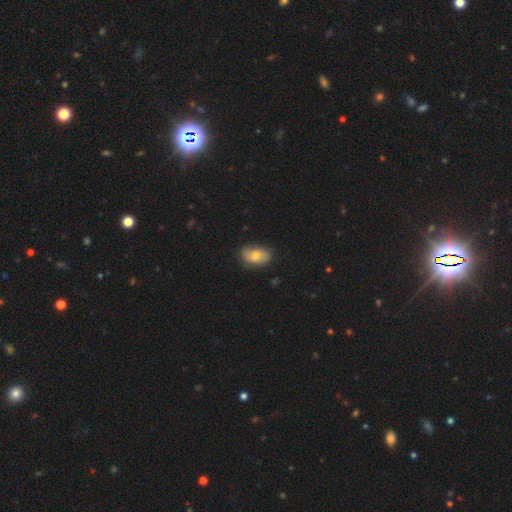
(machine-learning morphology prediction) The model was most divided on "smooth or featured": smooth: 68%, featured or disk: 25%, star or artifact: 7%. More confident: how rounded — in between (89%); merging — none (76%).